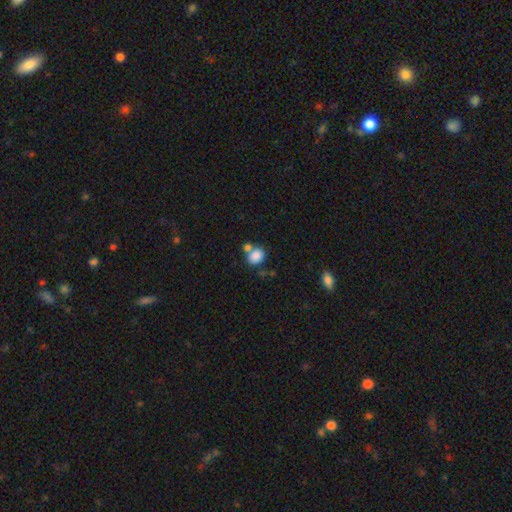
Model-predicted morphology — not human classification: smooth 84%, star or artifact 9%, featured or disk 6%. Down the decision tree: how rounded — round (56%); merging — none (52%).